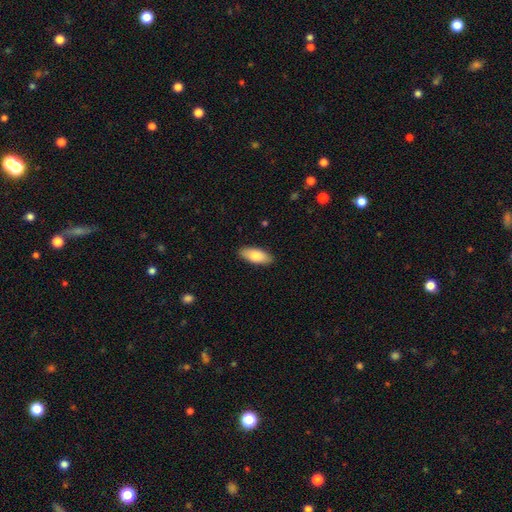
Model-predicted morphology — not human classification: A smooth galaxy with no disk features (82%) that is in between round and cigar-shaped (85%).

Vote fractions:
- Smooth or featured? smooth: 82% / featured or disk: 12% / star or artifact: 6%
- How rounded? in between: 85% / cigar-shaped: 13% / round: 2%
- Merging? none: 89% / minor disturbance: 8% / major disturbance: 2% / merger: 1%